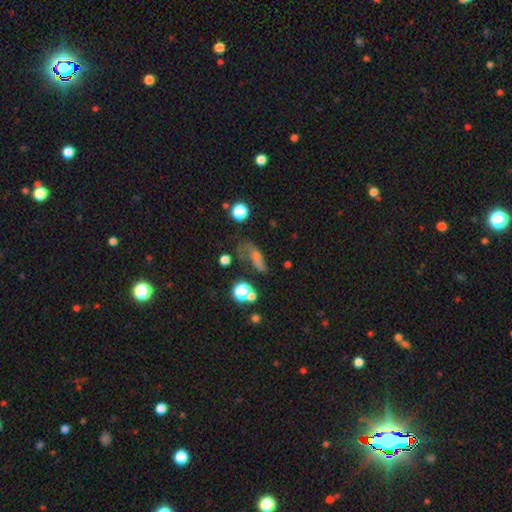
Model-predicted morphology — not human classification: smooth-or-featured: smooth: 48% | featured or disk: 29% | star or artifact: 23%
  merging: none: 36% | major disturbance: 31% | minor disturbance: 26% | merger: 7%